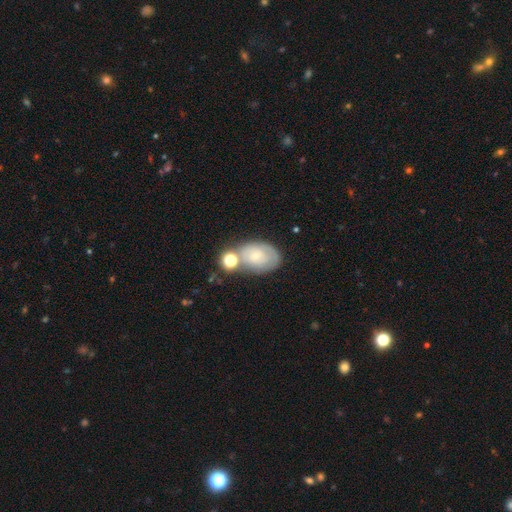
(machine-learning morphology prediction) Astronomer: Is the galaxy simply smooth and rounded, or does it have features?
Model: smooth — 55% (runner-up: featured or disk, 35%).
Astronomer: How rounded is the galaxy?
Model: in between — 82%.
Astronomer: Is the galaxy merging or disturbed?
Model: none — 49%.